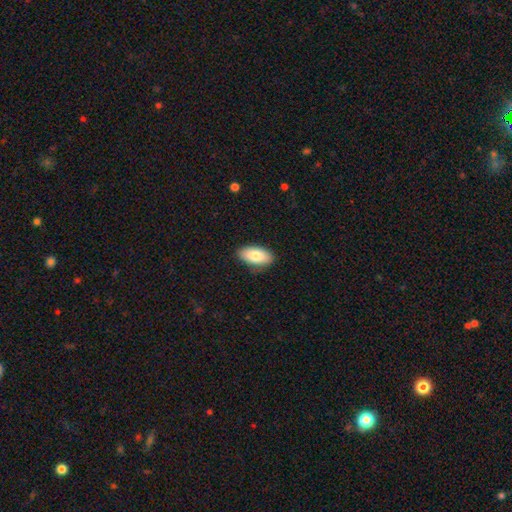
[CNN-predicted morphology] The model was most divided on "smooth or featured": smooth: 83%, featured or disk: 11%, star or artifact: 6%. More confident: how rounded — in between (93%); merging — none (87%).